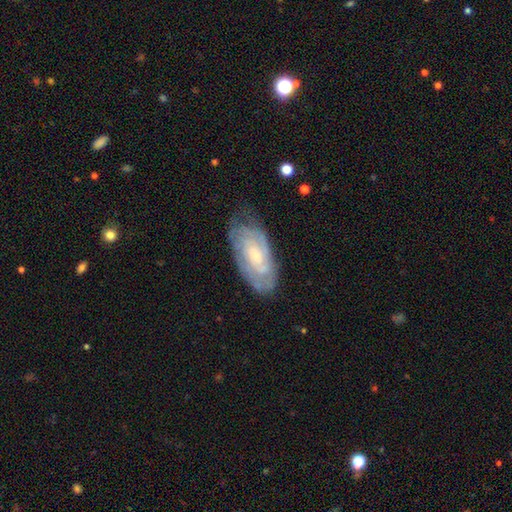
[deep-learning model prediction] Overall: featured or disk (72%). Edge-on disk: no (93%). Bar: no (58%; weak 35%). Spiral arms: yes (88%). Spiral arm count: can't tell (49%; 2 28%). Spiral winding: tight (65%; medium 28%). Bulge size: small (53%; moderate 32%). Merging: none (68%).